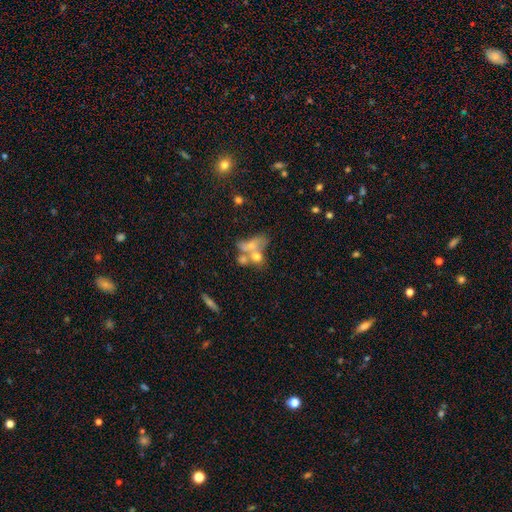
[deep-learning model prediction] Overall: smooth (45%; featured or disk 36%). Merging: merger (51%; none 29%).